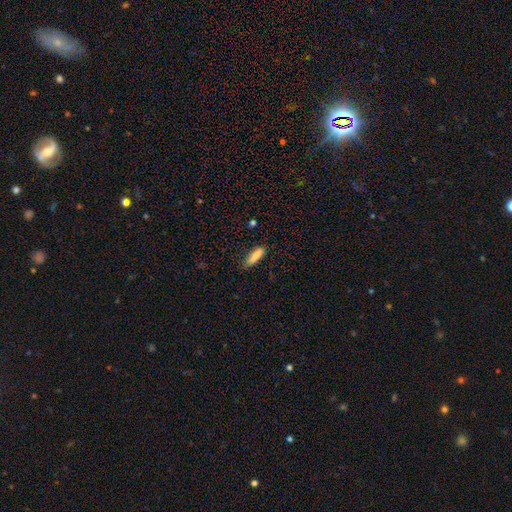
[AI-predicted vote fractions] This appears to be a smooth galaxy with no disk features (79%) that is in between round and cigar-shaped (51%). Merging: none (75%).